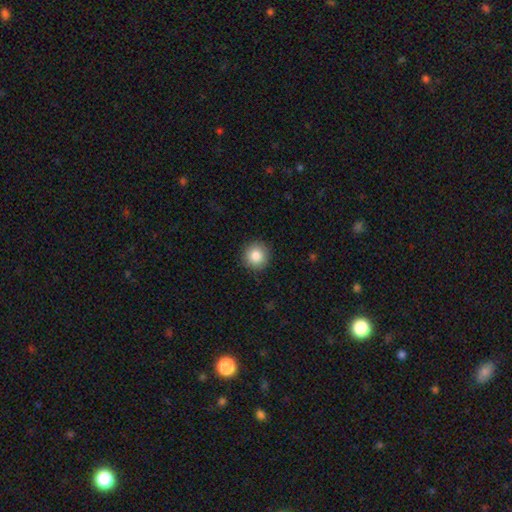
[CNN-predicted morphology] Overall: smooth (85%). How rounded: round (94%). Merging: none (91%).